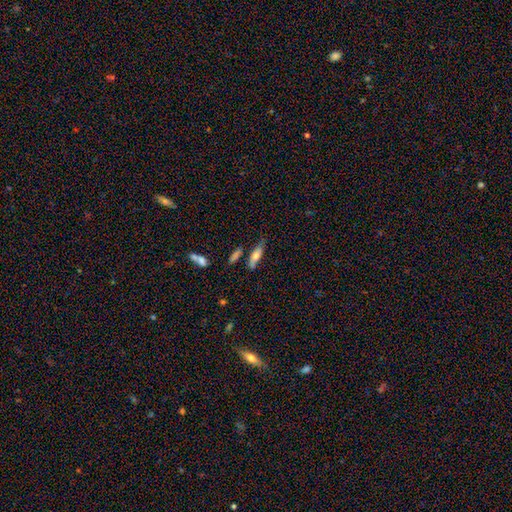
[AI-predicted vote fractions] smooth_or_featured: smooth (p=0.61) [alt: featured or disk p=0.32]
how_rounded: cigar-shaped (p=0.53) [alt: in between p=0.45]
merging: none (p=0.59) [alt: minor disturbance p=0.26]